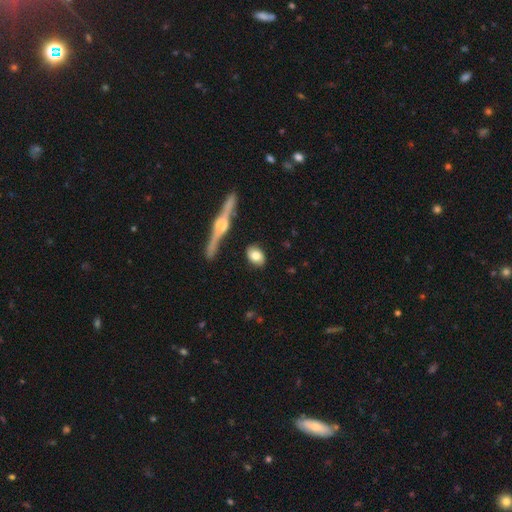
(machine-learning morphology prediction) A smooth galaxy with no disk features (71%) that is in between round and cigar-shaped (72%).

Vote fractions:
- Smooth or featured? smooth: 71% / featured or disk: 22% / star or artifact: 7%
- How rounded? in between: 72% / round: 24% / cigar-shaped: 4%
- Merging? none: 83% / minor disturbance: 11% / merger: 3% / major disturbance: 3%